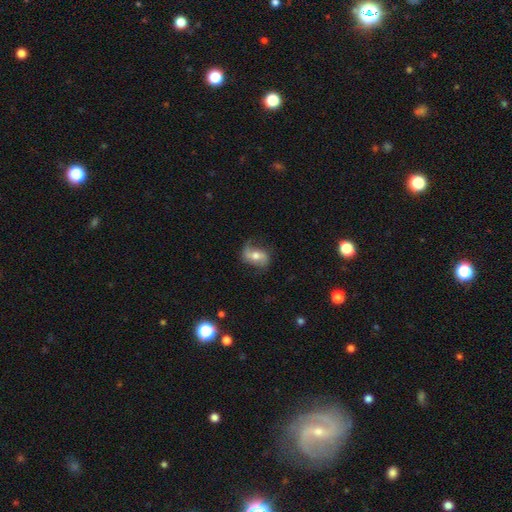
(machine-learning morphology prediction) Overall: featured or disk (65%; smooth 27%). Edge-on disk: no (93%). Bar: weak (36%; no 35%). Spiral arms: yes (87%). Spiral arm count: 2 (83%). Spiral winding: loose (67%). Bulge size: moderate (67%). Merging: none (66%).